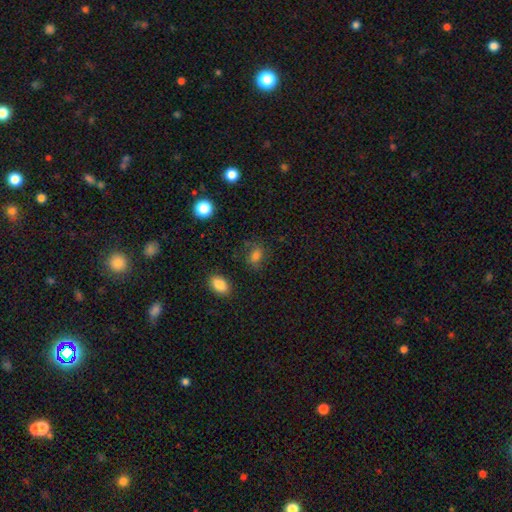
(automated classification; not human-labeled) Smooth or featured?
  - smooth: 73% *
  - star or artifact: 15%
  - featured or disk: 13%
How rounded?
  - in between: 66% *
  - round: 32%
  - cigar-shaped: 2%
Merging?
  - none: 68% *
  - minor disturbance: 20%
  - major disturbance: 9%
  - merger: 3%